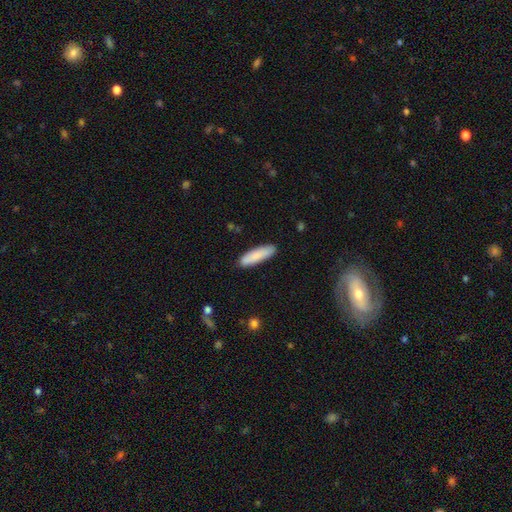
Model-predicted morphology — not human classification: A smooth galaxy with no disk features (85%) that is cigar-shaped (70%).

Vote fractions:
- Smooth or featured? smooth: 85% / featured or disk: 9% / star or artifact: 6%
- How rounded? cigar-shaped: 70% / in between: 29% / round: 1%
- Merging? none: 88% / minor disturbance: 9% / major disturbance: 2% / merger: 1%